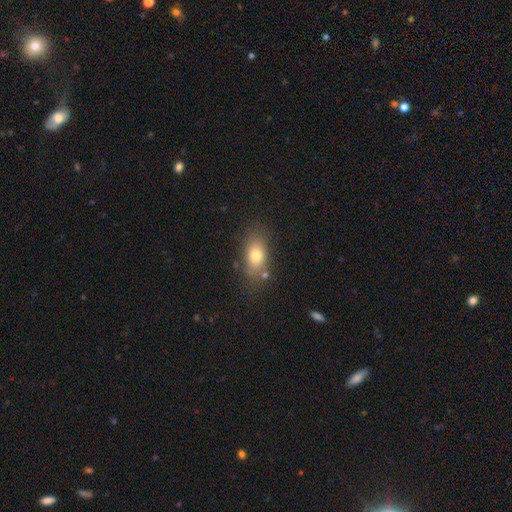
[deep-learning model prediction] This is likely a smooth galaxy (75%). How rounded: clearly in between (81%). Merging: likely none (73%).